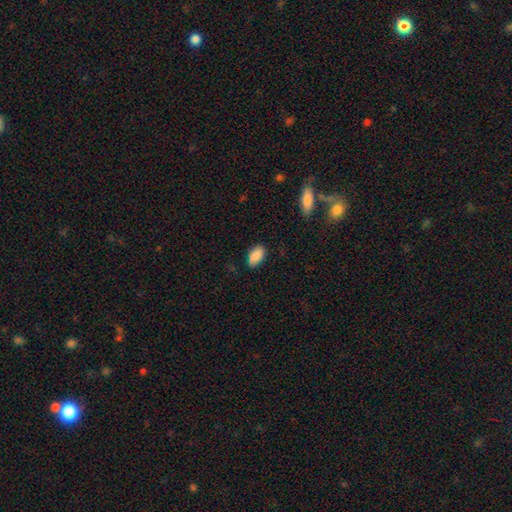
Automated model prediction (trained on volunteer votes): A smooth galaxy with no disk features (88%) that is in between round and cigar-shaped (93%).

Vote fractions:
- Smooth or featured? smooth: 88% / star or artifact: 7% / featured or disk: 5%
- How rounded? in between: 93% / round: 4% / cigar-shaped: 2%
- Merging? none: 80% / minor disturbance: 16% / major disturbance: 3% / merger: 1%